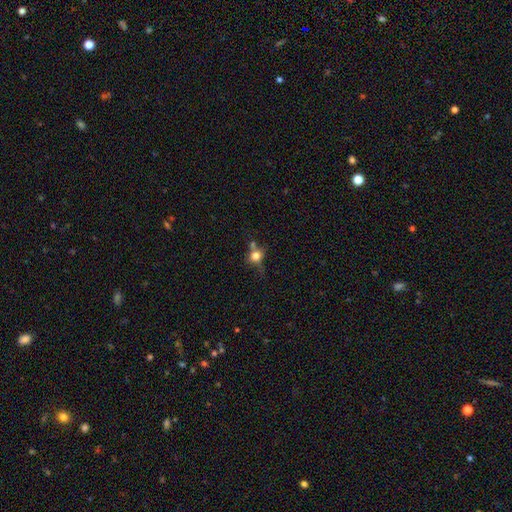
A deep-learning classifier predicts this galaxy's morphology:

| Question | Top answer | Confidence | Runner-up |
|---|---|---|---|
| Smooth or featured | smooth | 69% | featured or disk (17%) |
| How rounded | round | 79% | in between (19%) |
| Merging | none | 50% | merger (21%) |